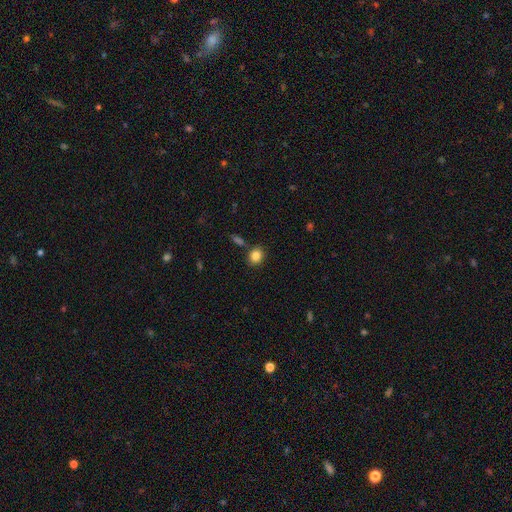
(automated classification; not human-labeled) Overall: smooth (85%). How rounded: round (70%). Merging: none (81%).